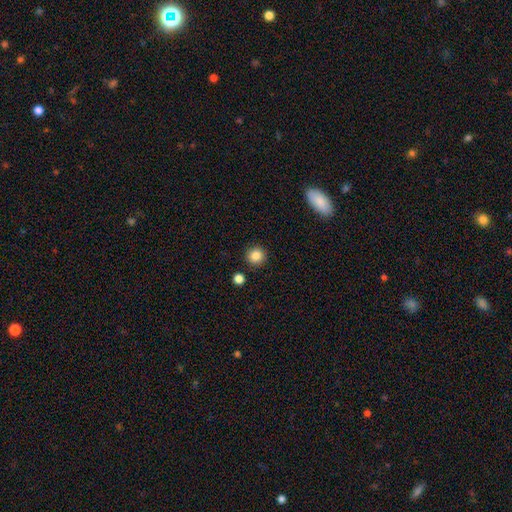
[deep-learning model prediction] A smooth galaxy with no disk features (85%) that is round (93%).

Vote fractions:
- Smooth or featured? smooth: 85% / star or artifact: 10% / featured or disk: 5%
- How rounded? round: 93% / in between: 6% / cigar-shaped: 1%
- Merging? none: 89% / minor disturbance: 6% / merger: 3% / major disturbance: 2%